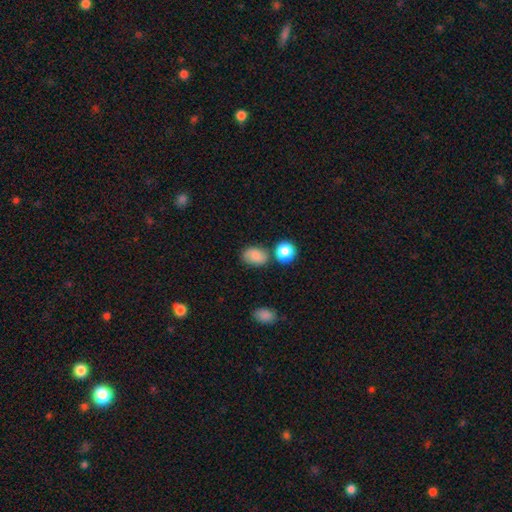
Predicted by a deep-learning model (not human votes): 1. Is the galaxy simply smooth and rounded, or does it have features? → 77% smooth, 12% featured or disk, 11% star or artifact.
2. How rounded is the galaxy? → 72% in between, 26% round, 1% cigar-shaped.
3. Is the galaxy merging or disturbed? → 65% none, 19% minor disturbance, 10% merger, 5% major disturbance.